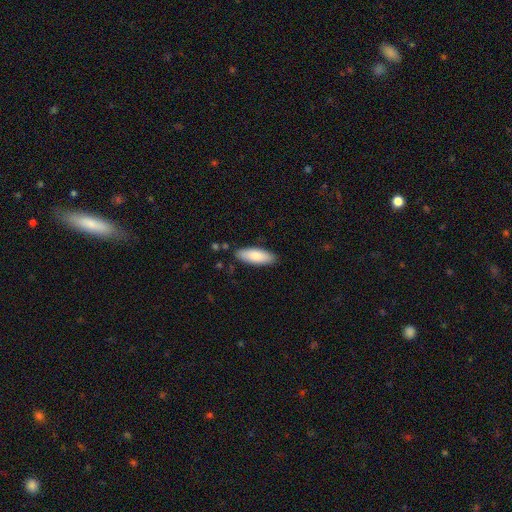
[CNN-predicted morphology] Smooth or featured? smooth (82%)
How rounded? in between (66%)
Merging? none (86%)